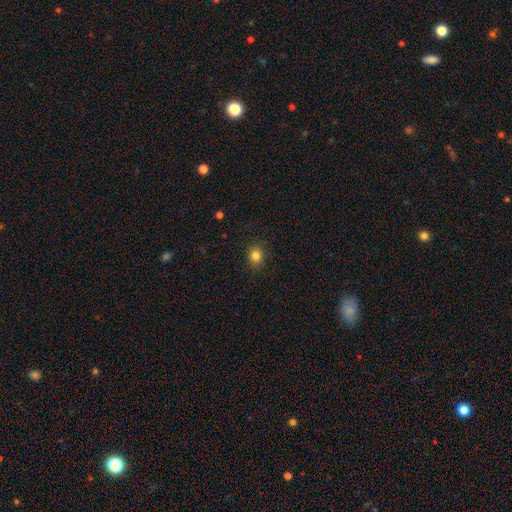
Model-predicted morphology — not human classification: Smooth or featured? smooth (83%)
How rounded? round (75%)
Merging? none (88%)